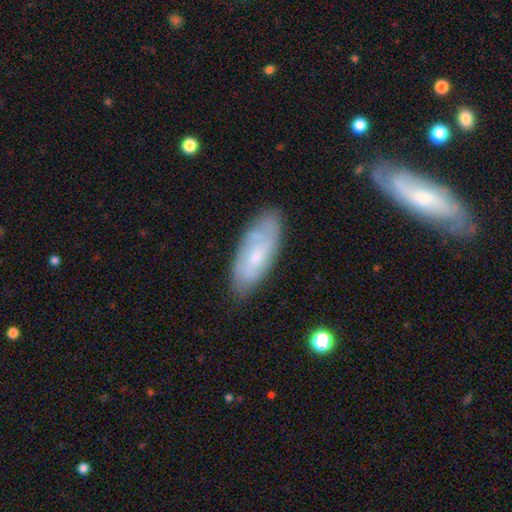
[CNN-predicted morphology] The model was most divided on "smooth or featured": featured or disk: 47%, smooth: 46%, star or artifact: 7%. More confident: merging — none (76%).